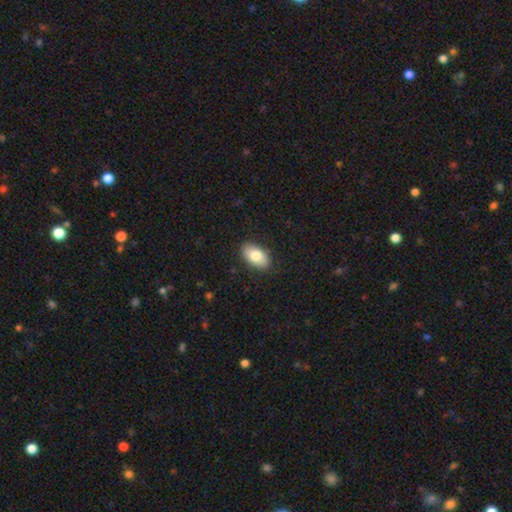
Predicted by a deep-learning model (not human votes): A smooth galaxy with no disk features (80%) that is in between round and cigar-shaped (93%).

Vote fractions:
- Smooth or featured? smooth: 80% / featured or disk: 13% / star or artifact: 6%
- How rounded? in between: 93% / round: 5% / cigar-shaped: 2%
- Merging? none: 87% / minor disturbance: 10% / major disturbance: 2% / merger: 1%